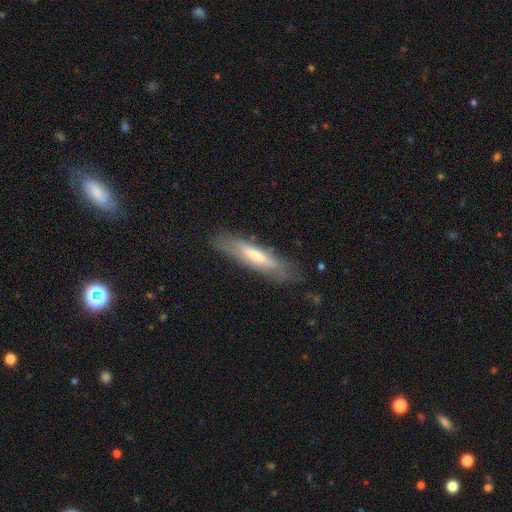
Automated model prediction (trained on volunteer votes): smooth 57%, featured or disk 37%, star or artifact 6%. Down the decision tree: how rounded — cigar-shaped (81%); merging — none (77%).